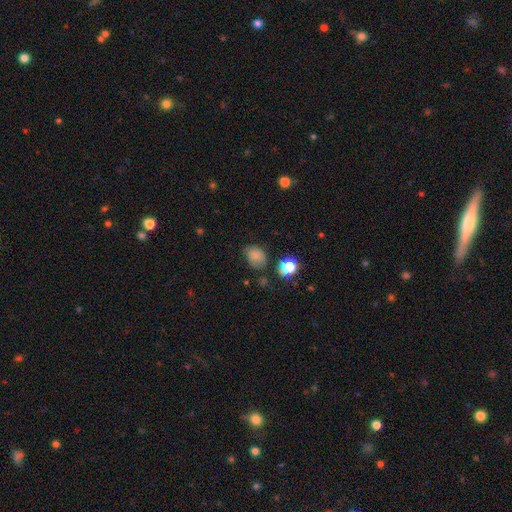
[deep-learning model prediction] A smooth galaxy with no disk features (77%) that is in between round and cigar-shaped (67%).

Vote fractions:
- Smooth or featured? smooth: 77% / star or artifact: 14% / featured or disk: 8%
- How rounded? in between: 67% / round: 32% / cigar-shaped: 1%
- Merging? none: 65% / minor disturbance: 25% / major disturbance: 6% / merger: 4%